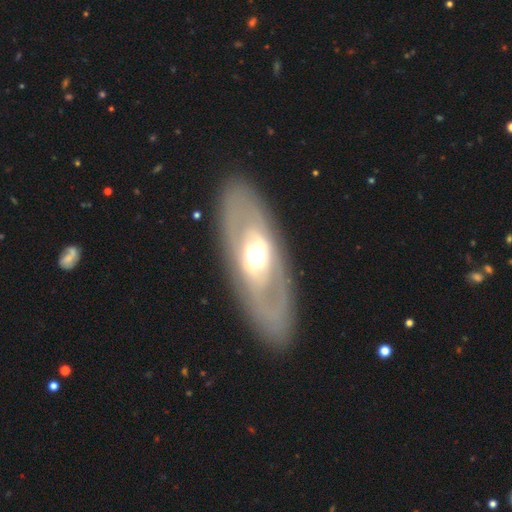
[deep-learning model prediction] Smooth or featured? Predicted: featured or disk (p=0.68). Edge-on disk? Predicted: no (p=0.80). Bar? Predicted: no (p=0.60). Spiral arms? Predicted: no (p=0.71). Bulge size? Predicted: moderate (p=0.63). Merging? Predicted: none (p=0.85).